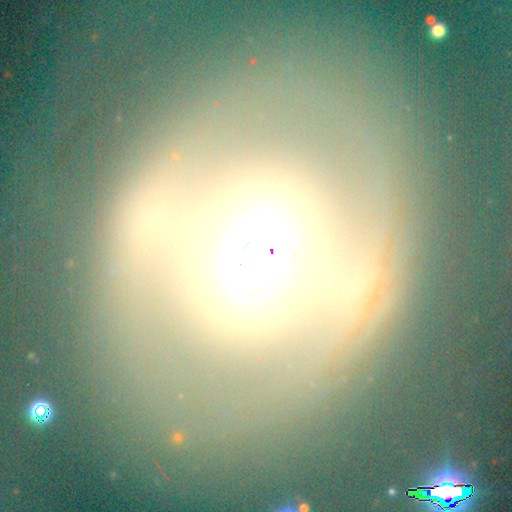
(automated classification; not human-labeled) Overall: featured or disk (42%; star or artifact 32%). Merging: none (84%).